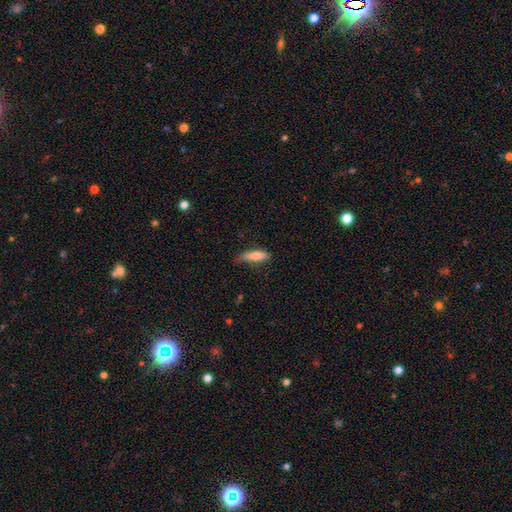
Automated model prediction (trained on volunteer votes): Smooth or featured: smooth — 80% (featured or disk — 13%)
How rounded: cigar-shaped — 59% (in between — 39%)
Merging: none — 48% (minor disturbance — 38%)